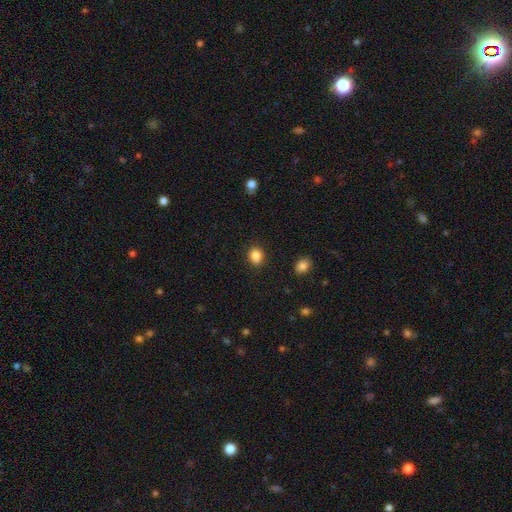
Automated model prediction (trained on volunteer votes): smooth 86%, star or artifact 10%, featured or disk 4%. Down the decision tree: how rounded — round (59%); merging — none (88%).